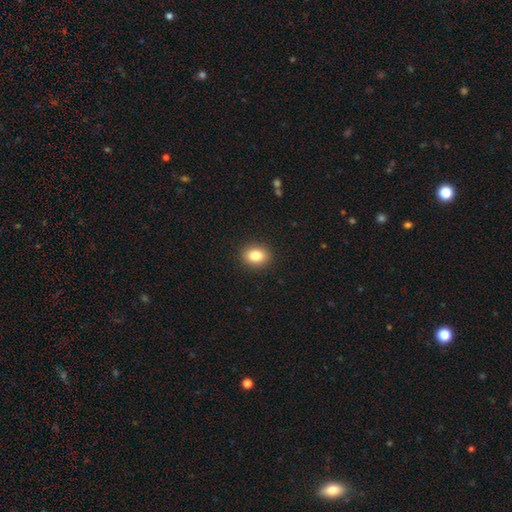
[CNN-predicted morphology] Overall: smooth (84%). How rounded: in between (57%; round 42%). Merging: none (91%).